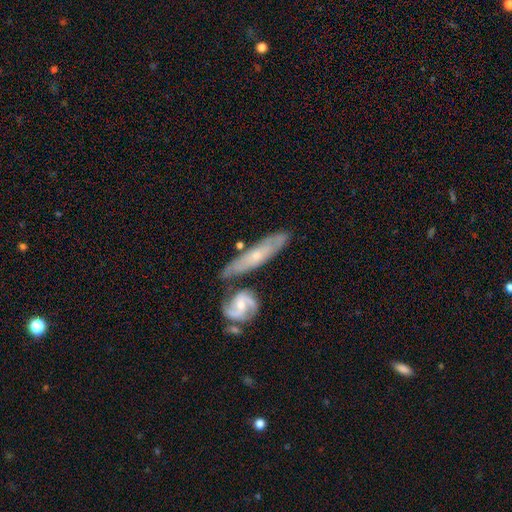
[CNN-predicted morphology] This appears to be a featured or disk galaxy (64%). Merging: none (59%).